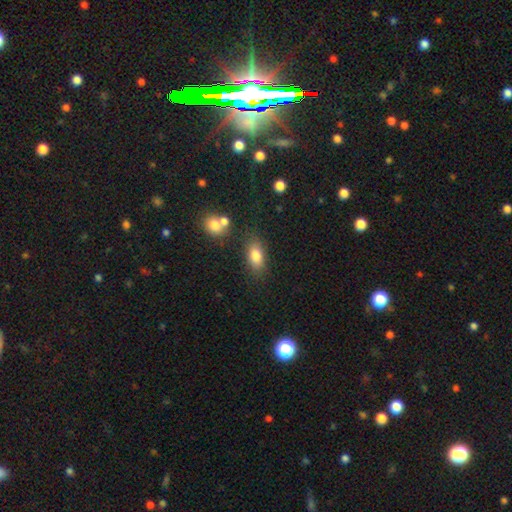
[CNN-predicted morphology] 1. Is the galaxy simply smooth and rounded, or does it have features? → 81% smooth, 11% featured or disk, 9% star or artifact.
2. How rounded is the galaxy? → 84% in between, 8% cigar-shaped, 8% round.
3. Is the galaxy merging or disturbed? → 77% none, 13% minor disturbance, 5% merger, 4% major disturbance.